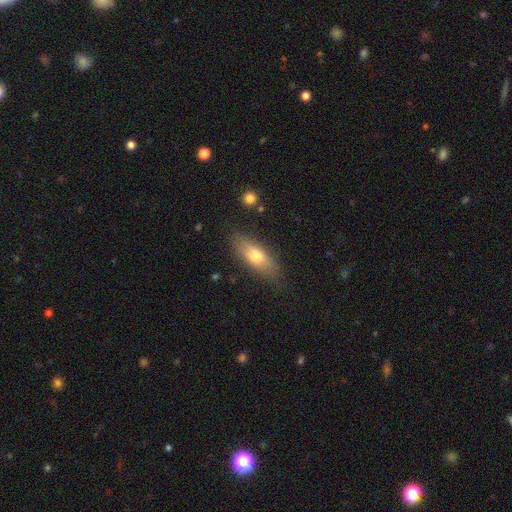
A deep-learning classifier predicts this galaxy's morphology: Q: Smooth or featured?
A: smooth (68%); runner-up: featured or disk (26%)
Q: How rounded?
A: in between (64%); runner-up: cigar-shaped (33%)
Q: Merging?
A: none (81%); runner-up: minor disturbance (14%)